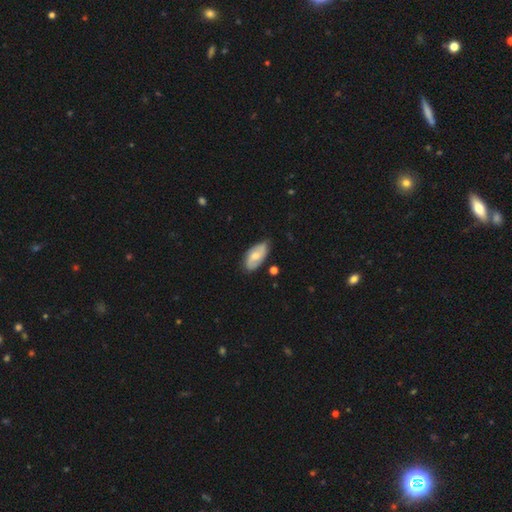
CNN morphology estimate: smooth 49%, featured or disk 46%, star or artifact 6%. Down the decision tree: merging — none (74%).